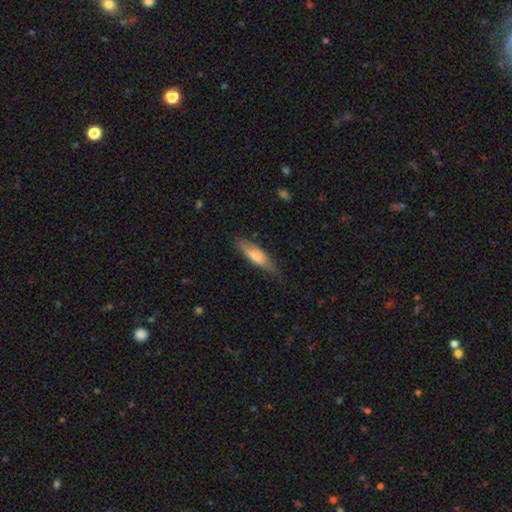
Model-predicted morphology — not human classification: type=smooth (69%); roundness=cigar-shaped (66%); merging=none (77%).